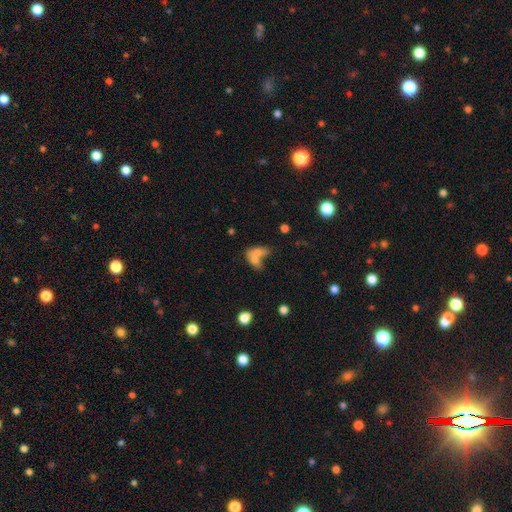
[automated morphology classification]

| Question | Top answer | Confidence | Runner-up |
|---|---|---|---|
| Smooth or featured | smooth | 67% | featured or disk (21%) |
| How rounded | in between | 76% | round (17%) |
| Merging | merger | 59% | none (23%) |